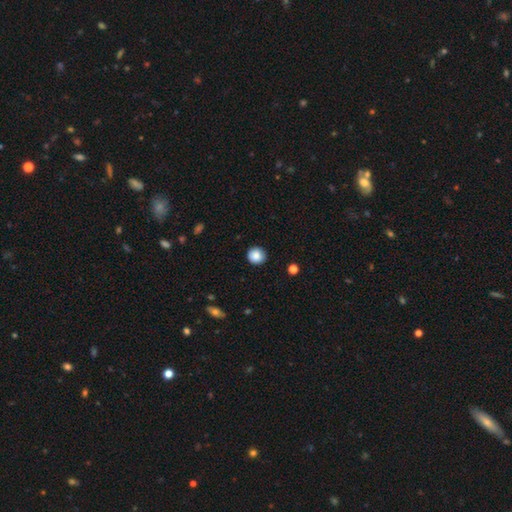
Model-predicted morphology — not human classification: smooth 87%, star or artifact 9%, featured or disk 4%. Down the decision tree: how rounded — round (92%); merging — none (90%).